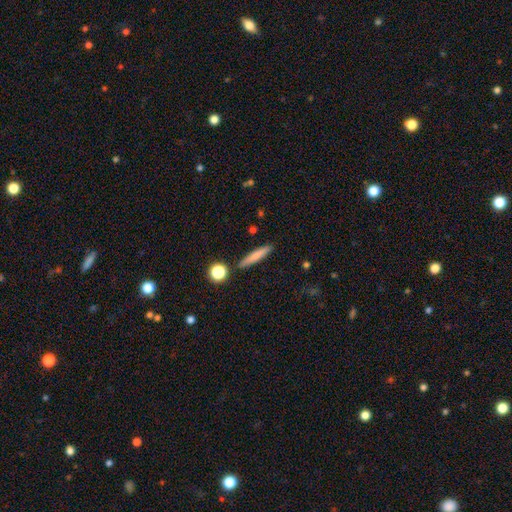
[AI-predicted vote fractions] Morphology: type=smooth (74%); roundness=cigar-shaped (91%); merging=none (88%).